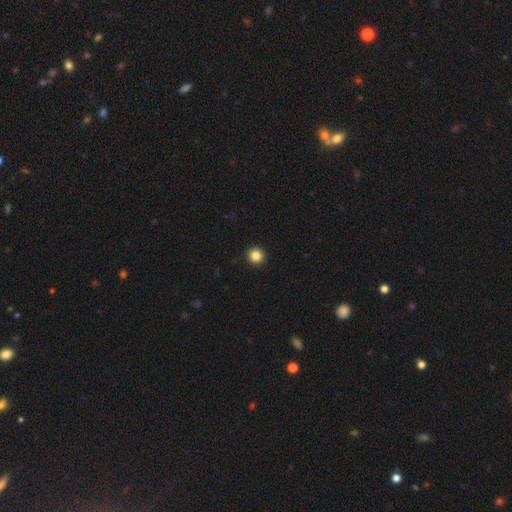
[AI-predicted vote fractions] A smooth galaxy with no disk features (86%) that is round (95%).

Vote fractions:
- Smooth or featured? smooth: 86% / star or artifact: 10% / featured or disk: 4%
- How rounded? round: 95% / in between: 4% / cigar-shaped: 1%
- Merging? none: 94% / minor disturbance: 4% / major disturbance: 1% / merger: 1%